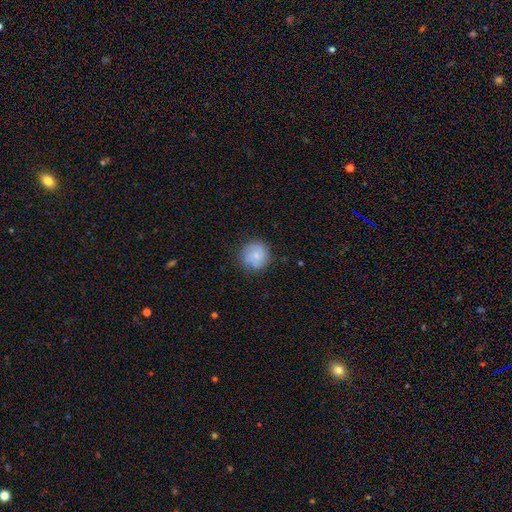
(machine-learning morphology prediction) Smooth or featured? smooth (63%)
How rounded? round (92%)
Merging? none (82%)